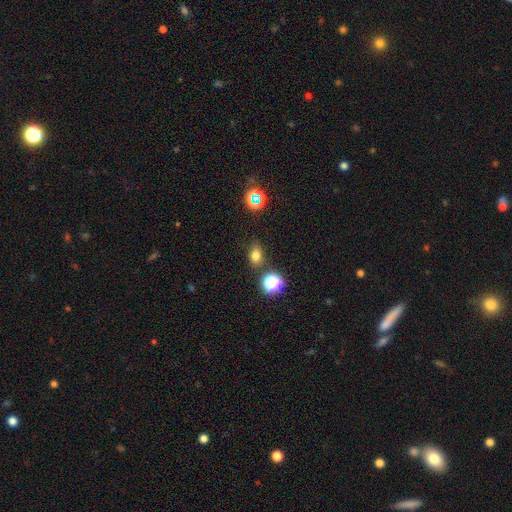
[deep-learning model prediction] Smooth or featured?
  - smooth: 72% *
  - star or artifact: 21%
  - featured or disk: 8%
How rounded?
  - in between: 61% *
  - round: 38%
  - cigar-shaped: 2%
Merging?
  - none: 78% *
  - minor disturbance: 13%
  - merger: 6%
  - major disturbance: 4%